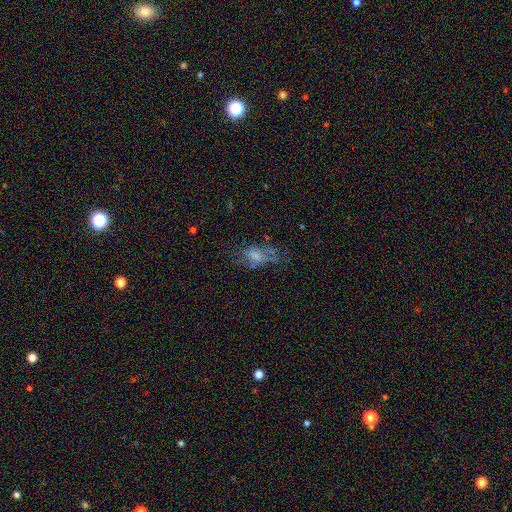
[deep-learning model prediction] Q: Smooth or featured?
A: featured or disk (42%); runner-up: smooth (38%)
Q: Merging?
A: none (53%); runner-up: minor disturbance (22%)